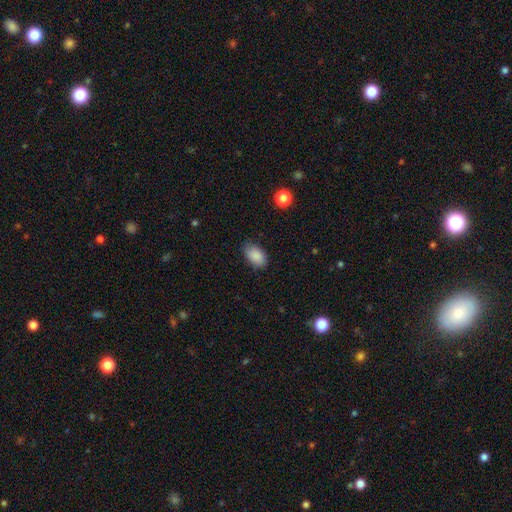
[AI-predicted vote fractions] Q: Smooth or featured?
A: smooth (88%); runner-up: star or artifact (7%)
Q: How rounded?
A: in between (91%); runner-up: round (7%)
Q: Merging?
A: none (81%); runner-up: minor disturbance (15%)